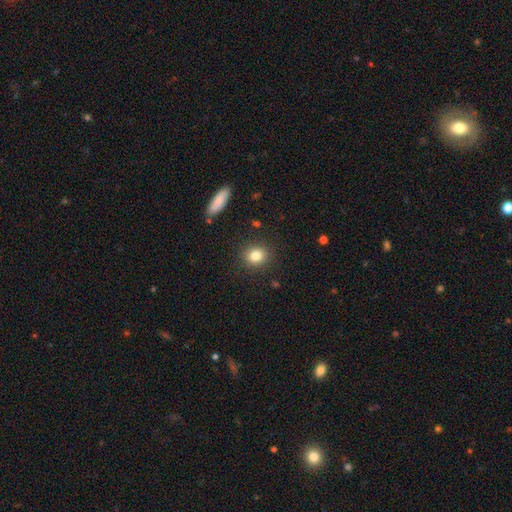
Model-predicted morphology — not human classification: Q: Smooth or featured?
A: smooth (83%); runner-up: star or artifact (10%)
Q: How rounded?
A: round (72%); runner-up: in between (27%)
Q: Merging?
A: none (88%); runner-up: minor disturbance (8%)